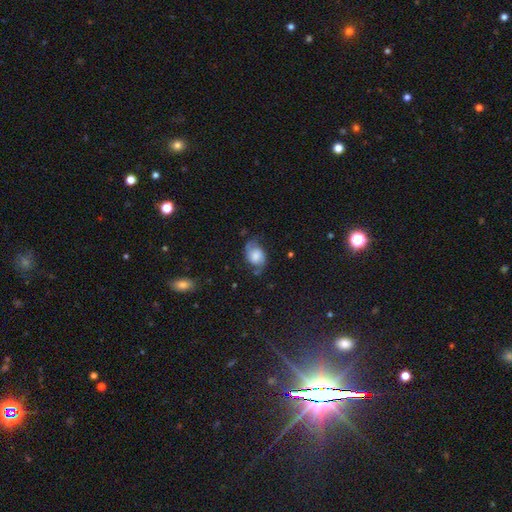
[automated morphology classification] featured or disk 57%, smooth 34%, star or artifact 9%. Down the decision tree: edge-on disk — no (96%); bar — no (60%); spiral arms — yes (89%); bulge size — large (33%); merging — none (61%).